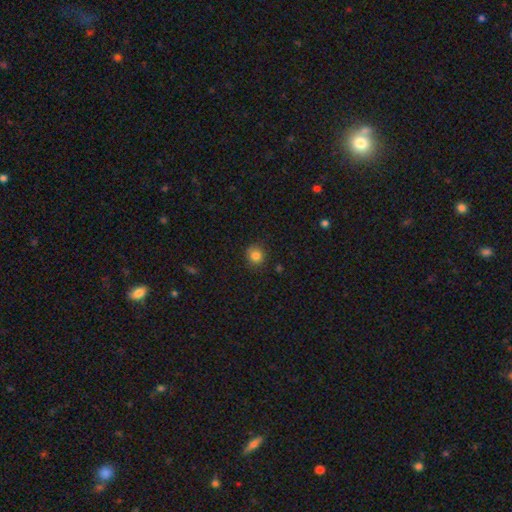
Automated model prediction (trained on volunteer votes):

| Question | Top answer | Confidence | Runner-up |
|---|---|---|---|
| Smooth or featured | smooth | 83% | star or artifact (12%) |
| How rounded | round | 88% | in between (11%) |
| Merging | none | 85% | minor disturbance (11%) |